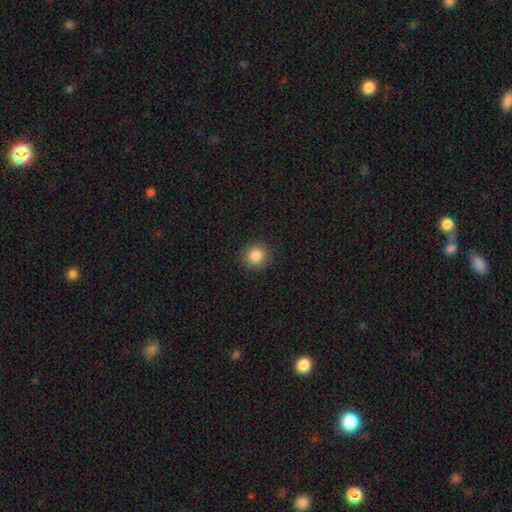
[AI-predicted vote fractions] The model was most divided on "smooth or featured": smooth: 85%, star or artifact: 10%, featured or disk: 5%. More confident: how rounded — round (90%); merging — none (90%).